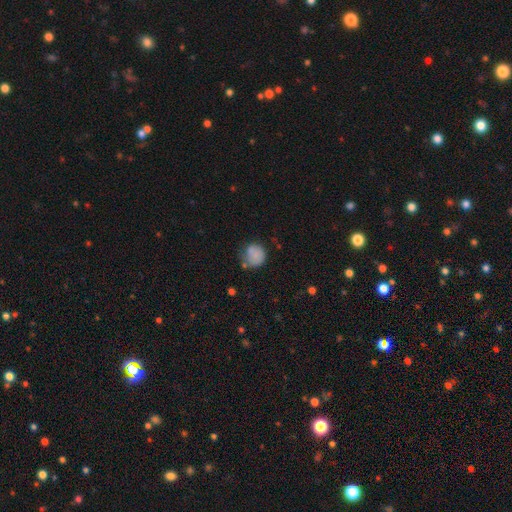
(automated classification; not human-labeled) This is likely a smooth galaxy (77%). How rounded: clearly round (81%). Merging: possibly none (52%).